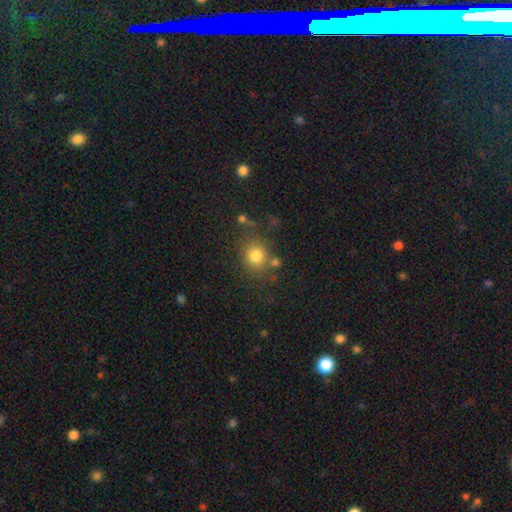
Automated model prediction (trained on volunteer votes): A smooth galaxy with no disk features (80%) that is round (82%).

Vote fractions:
- Smooth or featured? smooth: 80% / star or artifact: 12% / featured or disk: 8%
- How rounded? round: 82% / in between: 17% / cigar-shaped: 1%
- Merging? none: 71% / minor disturbance: 13% / merger: 9% / major disturbance: 6%